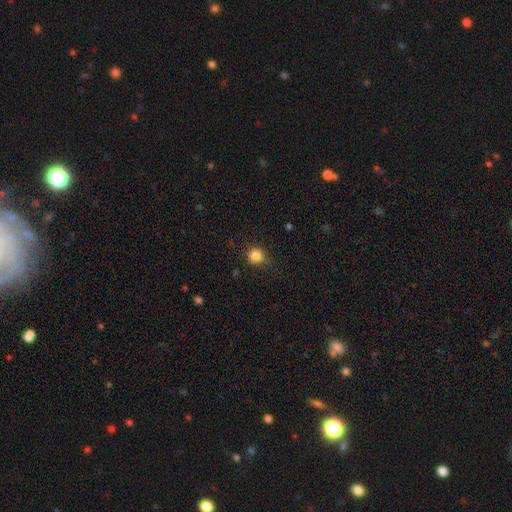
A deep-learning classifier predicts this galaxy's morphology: Smooth or featured? Predicted: smooth (p=0.85). How rounded? Predicted: round (p=0.91). Merging? Predicted: none (p=0.83).